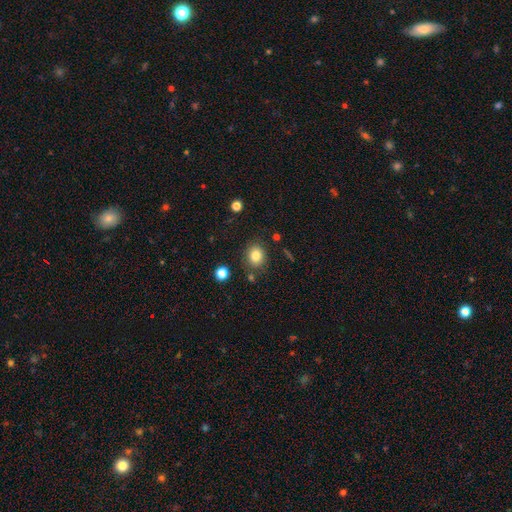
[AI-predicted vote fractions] Smooth or featured? smooth (82%)
How rounded? round (67%)
Merging? none (82%)